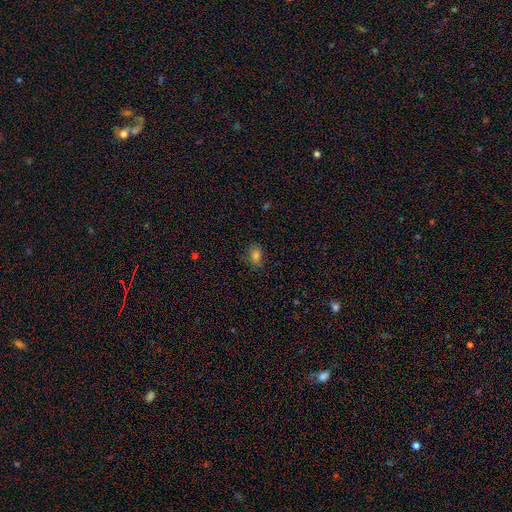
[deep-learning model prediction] Smooth or featured? Predicted: smooth (p=0.77). How rounded? Predicted: in between (p=0.76). Merging? Predicted: none (p=0.81).